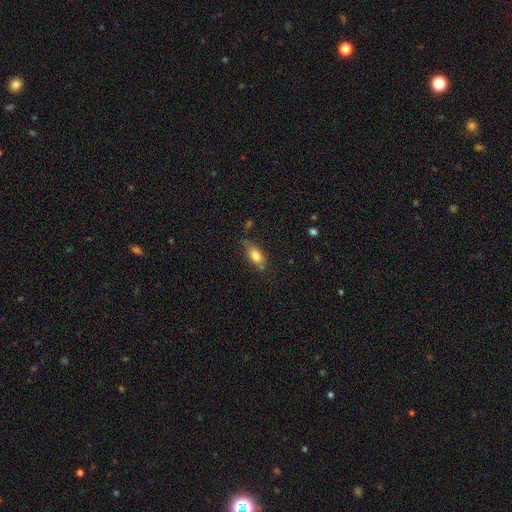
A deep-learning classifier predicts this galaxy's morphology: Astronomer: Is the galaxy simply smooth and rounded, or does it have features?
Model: smooth — 79%.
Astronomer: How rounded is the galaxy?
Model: in between — 82%.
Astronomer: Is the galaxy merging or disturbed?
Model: none — 60%.